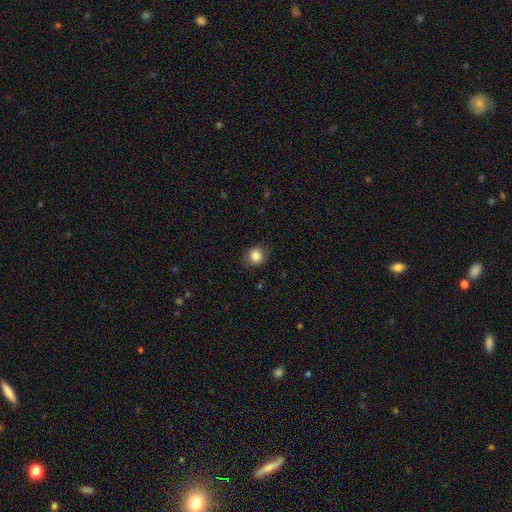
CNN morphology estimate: type=smooth (84%); roundness=round (83%); merging=none (84%).